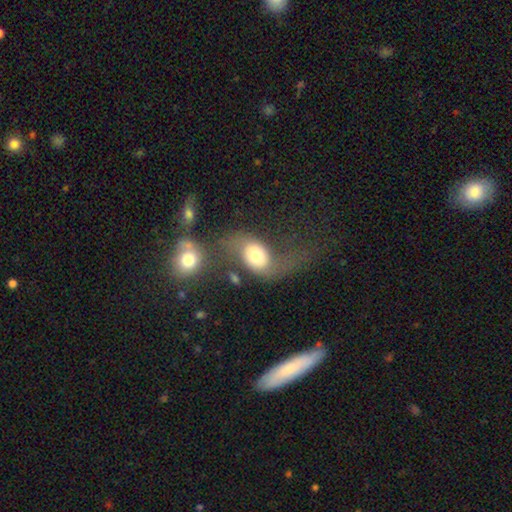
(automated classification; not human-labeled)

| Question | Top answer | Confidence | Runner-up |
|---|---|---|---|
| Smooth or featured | smooth | 52% | featured or disk (39%) |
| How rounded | in between | 73% | round (25%) |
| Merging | major disturbance | 32% | none (30%) |